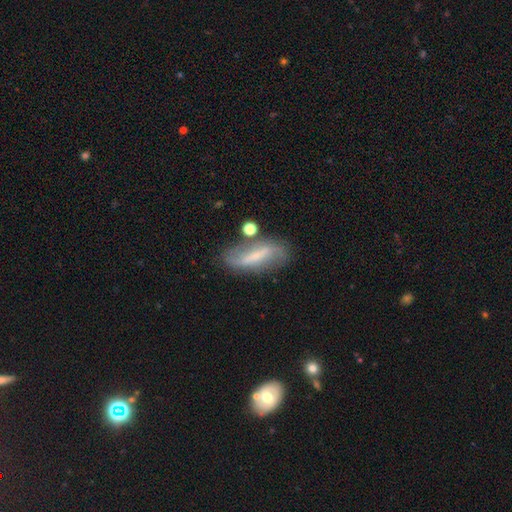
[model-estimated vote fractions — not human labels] This appears to be a featured or disk galaxy (63%) with a strong bar (54%), spiral arms (76%) and a small central bulge (46%). Merging: none (65%).